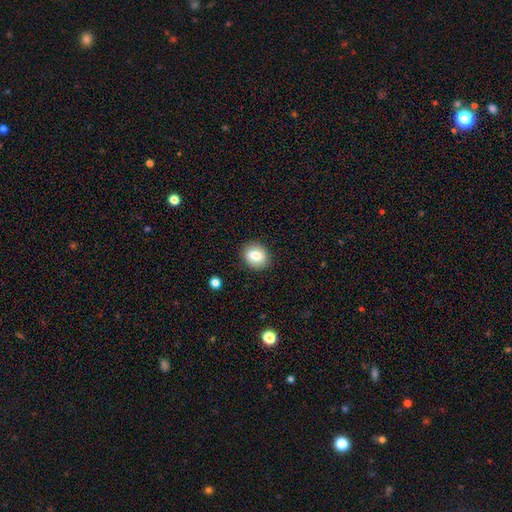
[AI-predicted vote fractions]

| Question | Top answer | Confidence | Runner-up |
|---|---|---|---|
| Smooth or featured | smooth | 79% | featured or disk (12%) |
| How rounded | round | 52% | in between (47%) |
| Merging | none | 87% | minor disturbance (9%) |